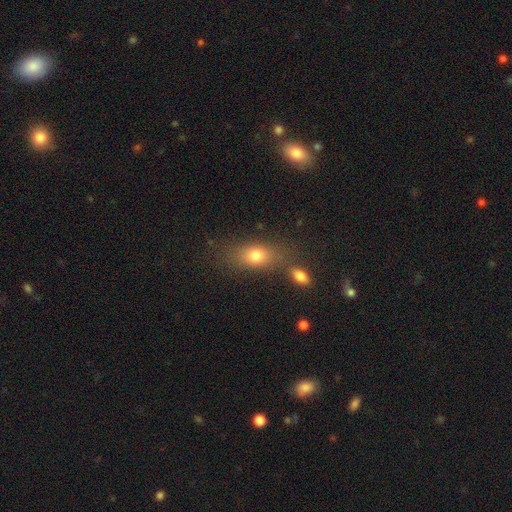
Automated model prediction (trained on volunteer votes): smooth_or_featured: smooth (p=0.75) [alt: featured or disk p=0.13]
how_rounded: in between (p=0.72) [alt: round p=0.19]
merging: none (p=0.62) [alt: merger p=0.17]